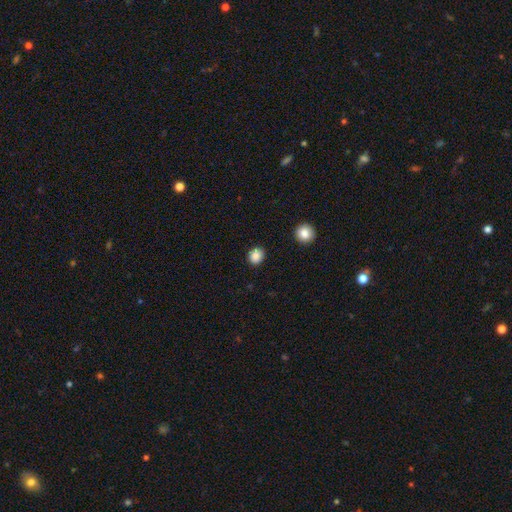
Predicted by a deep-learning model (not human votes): Q: Smooth or featured?
A: smooth (87%); runner-up: star or artifact (10%)
Q: How rounded?
A: round (69%); runner-up: in between (30%)
Q: Merging?
A: none (88%); runner-up: minor disturbance (8%)